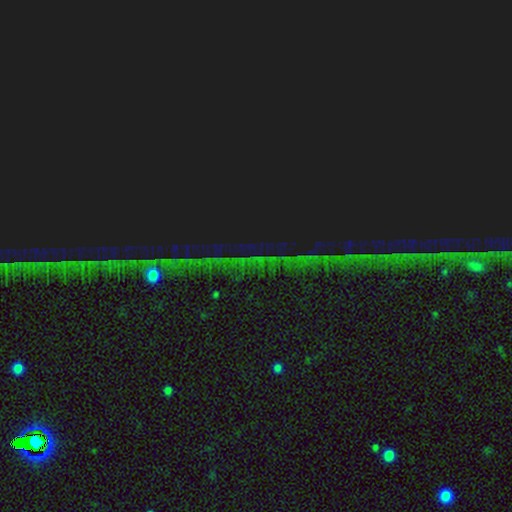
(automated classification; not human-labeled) Morphology: type=star or artifact (86%).